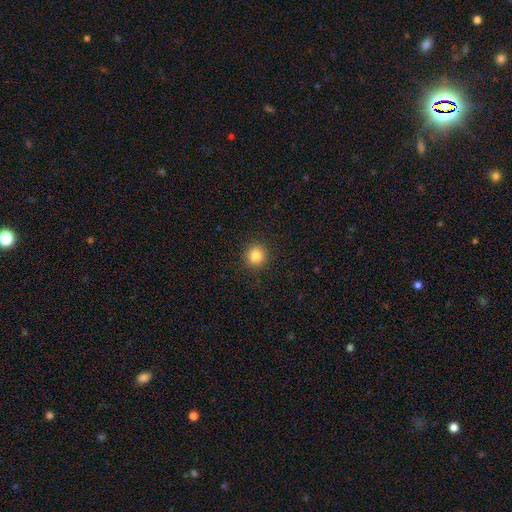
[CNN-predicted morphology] Smooth or featured? smooth (84%)
How rounded? round (93%)
Merging? none (92%)